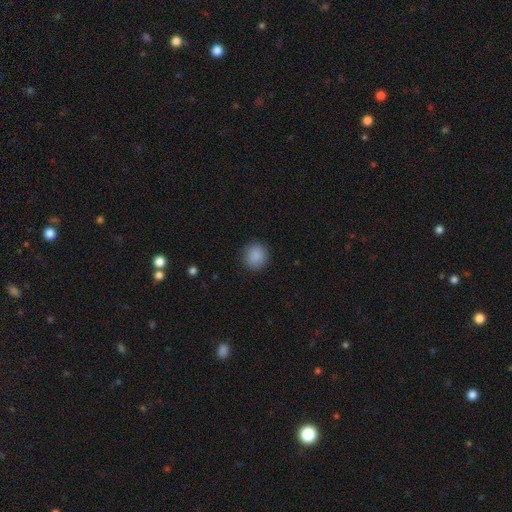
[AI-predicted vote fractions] Overall: smooth (89%). How rounded: round (90%). Merging: none (88%).